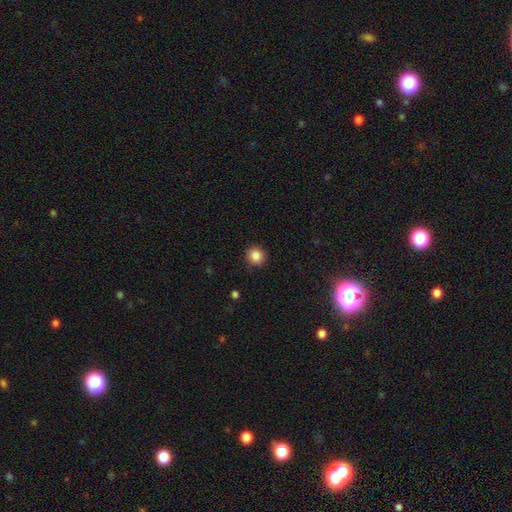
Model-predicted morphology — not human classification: Smooth or featured?
  - smooth: 86% *
  - star or artifact: 10%
  - featured or disk: 4%
How rounded?
  - round: 91% *
  - in between: 8%
  - cigar-shaped: 1%
Merging?
  - none: 90% *
  - minor disturbance: 7%
  - major disturbance: 2%
  - merger: 1%